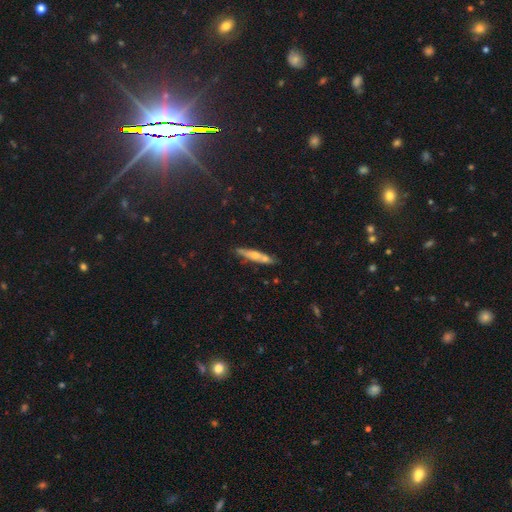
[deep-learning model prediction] smooth_or_featured: featured or disk (p=0.47) [alt: smooth p=0.45]
merging: none (p=0.75) [alt: minor disturbance p=0.15]